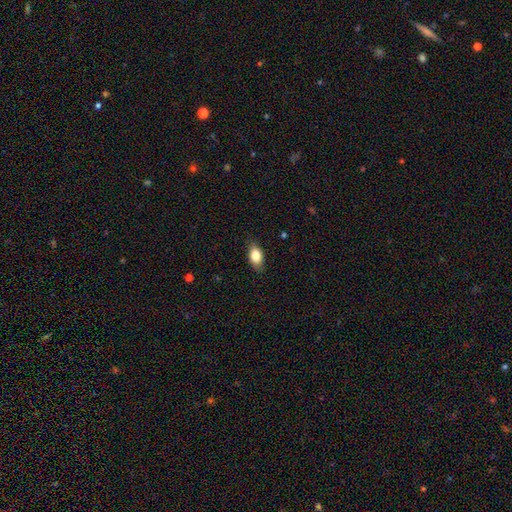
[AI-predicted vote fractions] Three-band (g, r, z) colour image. It shows a smooth galaxy with no disk features (83%) that is in between round and cigar-shaped (88%). Merging: none (83%).